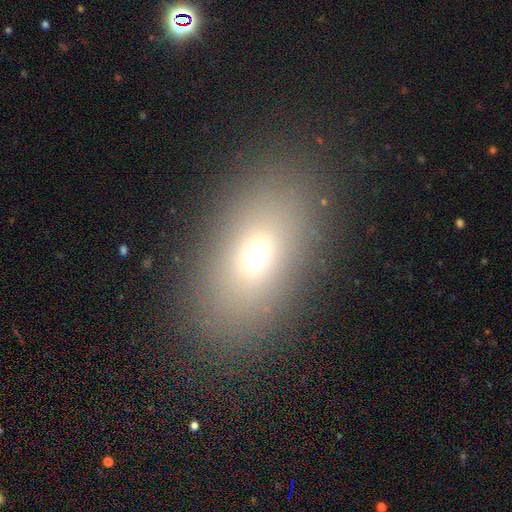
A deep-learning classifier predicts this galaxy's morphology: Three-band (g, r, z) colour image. It shows a smooth galaxy with no disk features (66%) that is in between round and cigar-shaped (82%). Merging: none (85%).